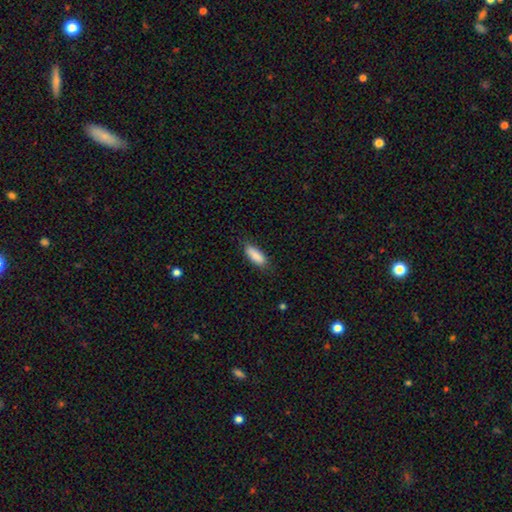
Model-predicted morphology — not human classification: smooth-or-featured: smooth: 85% | featured or disk: 9% | star or artifact: 6%
  how-rounded: in between: 71% | cigar-shaped: 27% | round: 2%
  merging: none: 78% | minor disturbance: 17% | major disturbance: 3% | merger: 1%